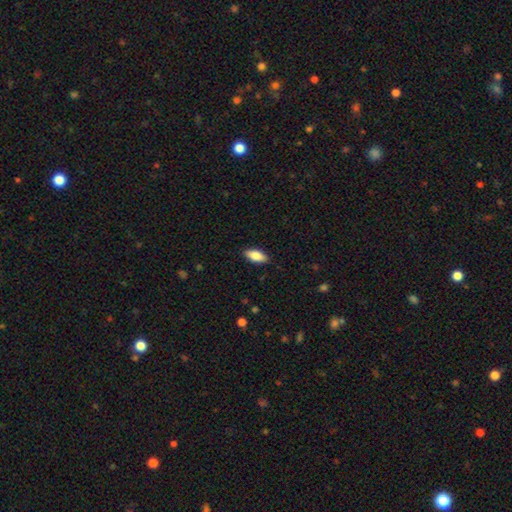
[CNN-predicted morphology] type=smooth (80%); roundness=in between (85%); merging=none (88%).